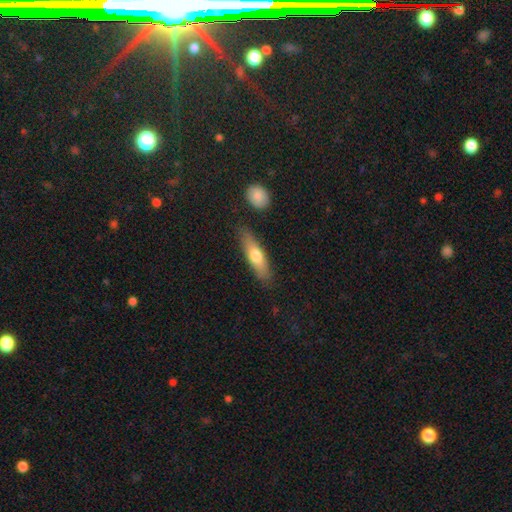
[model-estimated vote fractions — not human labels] Smooth or featured: smooth — 65% (featured or disk — 29%)
How rounded: cigar-shaped — 61% (in between — 37%)
Merging: none — 83% (minor disturbance — 12%)